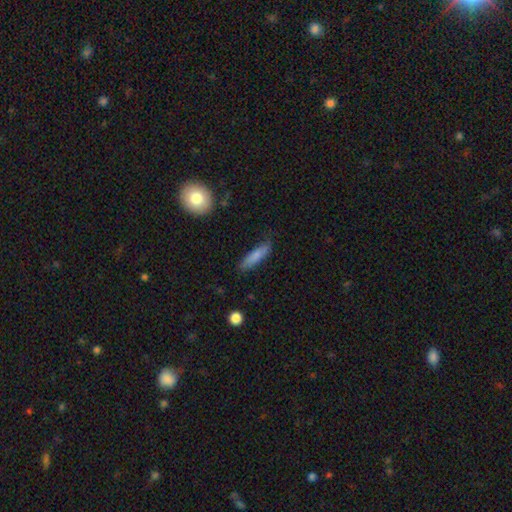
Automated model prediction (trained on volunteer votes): Overall: smooth (78%). How rounded: cigar-shaped (75%). Merging: none (76%).